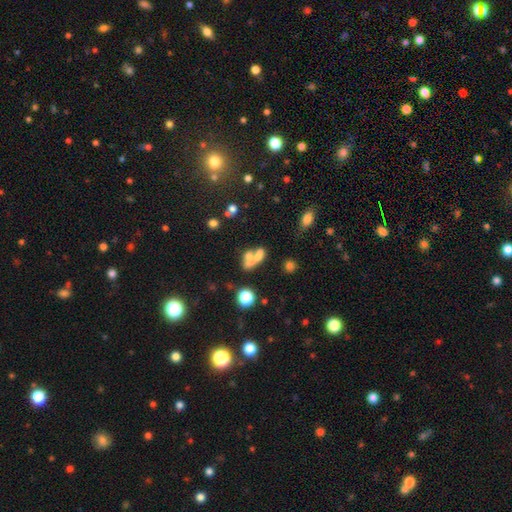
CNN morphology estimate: Smooth or featured: smooth — 55% (featured or disk — 29%)
How rounded: in between — 65% (round — 28%)
Merging: merger — 58% (none — 24%)